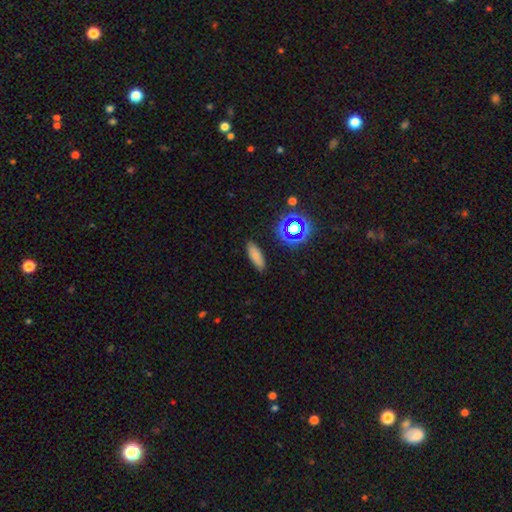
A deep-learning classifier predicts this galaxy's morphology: A smooth galaxy with no disk features (75%) that is in between round and cigar-shaped (58%).

Vote fractions:
- Smooth or featured? smooth: 75% / star or artifact: 16% / featured or disk: 8%
- How rounded? in between: 58% / cigar-shaped: 36% / round: 5%
- Merging? none: 86% / minor disturbance: 10% / major disturbance: 3% / merger: 2%